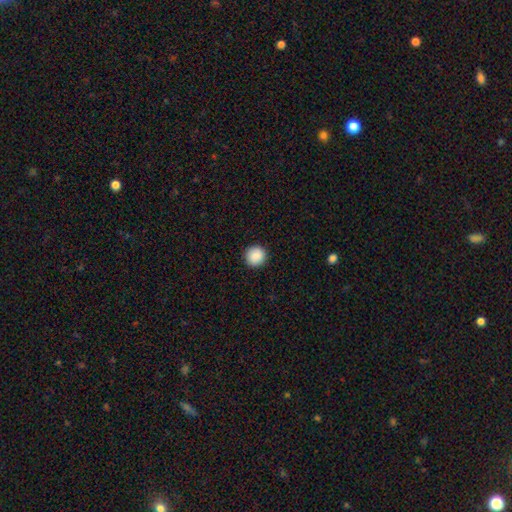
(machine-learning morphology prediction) Q: Smooth or featured?
A: smooth (89%); runner-up: star or artifact (8%)
Q: How rounded?
A: round (95%); runner-up: in between (4%)
Q: Merging?
A: none (93%); runner-up: minor disturbance (4%)